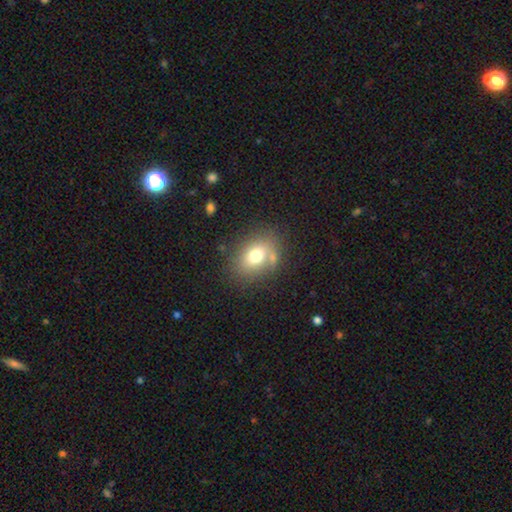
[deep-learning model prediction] smooth_or_featured: smooth (p=0.71) [alt: featured or disk p=0.17]
how_rounded: in between (p=0.65) [alt: round p=0.34]
merging: none (p=0.67) [alt: minor disturbance p=0.16]